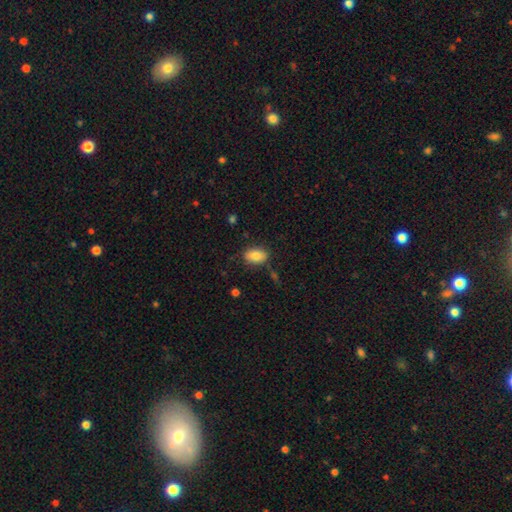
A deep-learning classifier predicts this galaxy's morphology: A smooth galaxy with no disk features (84%) that is in between round and cigar-shaped (86%). Merging: none (81%).